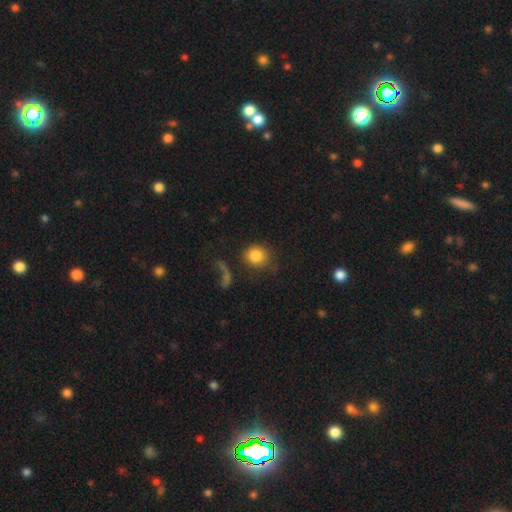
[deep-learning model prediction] Overall: smooth (84%). How rounded: round (82%). Merging: none (69%).